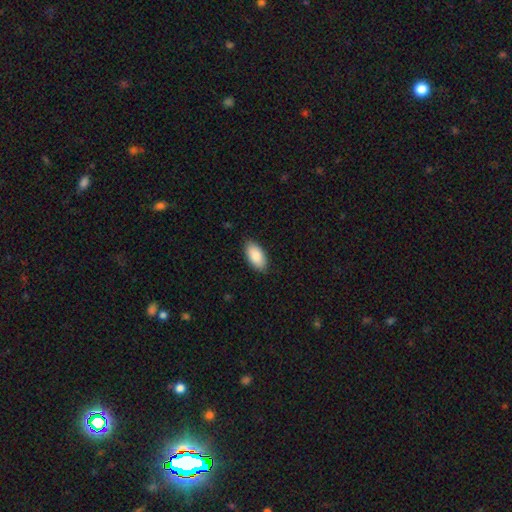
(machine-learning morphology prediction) smooth-or-featured: smooth: 89% | star or artifact: 6% | featured or disk: 5%
  how-rounded: in between: 94% | cigar-shaped: 4% | round: 2%
  merging: none: 85% | minor disturbance: 12% | major disturbance: 2% | merger: 1%